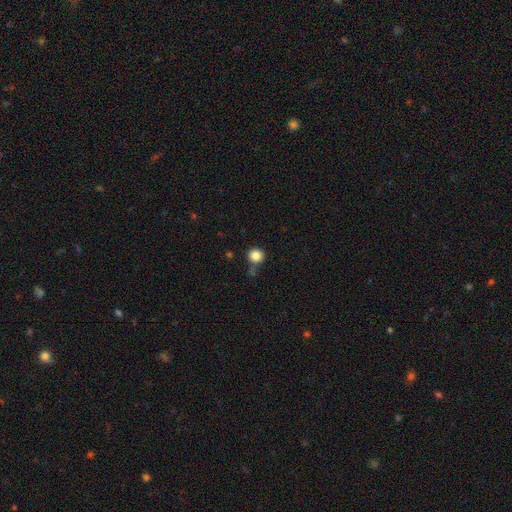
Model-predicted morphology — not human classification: A smooth galaxy with no disk features (85%) that is round (92%). Merging: none (71%).